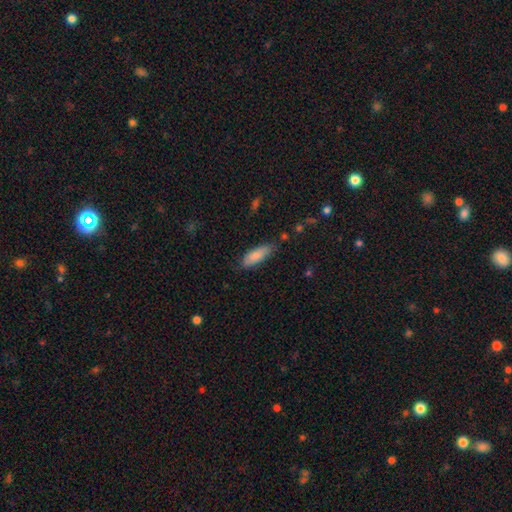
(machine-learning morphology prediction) The model was most divided on "how rounded": in between: 64%, cigar-shaped: 34%, round: 2%. More confident: smooth or featured — smooth (85%); merging — none (73%).